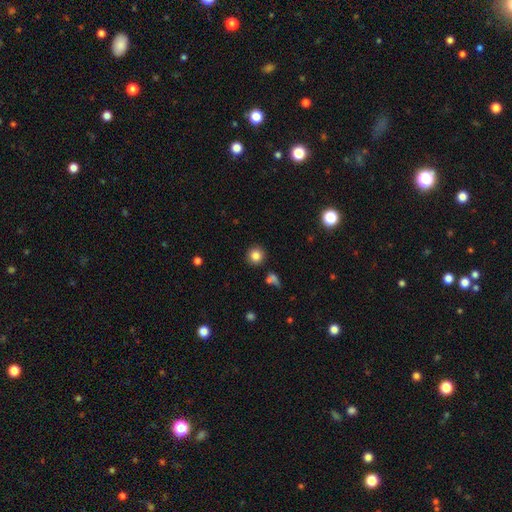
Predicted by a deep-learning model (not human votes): Smooth or featured? Predicted: smooth (p=0.83). How rounded? Predicted: round (p=0.93). Merging? Predicted: none (p=0.89).